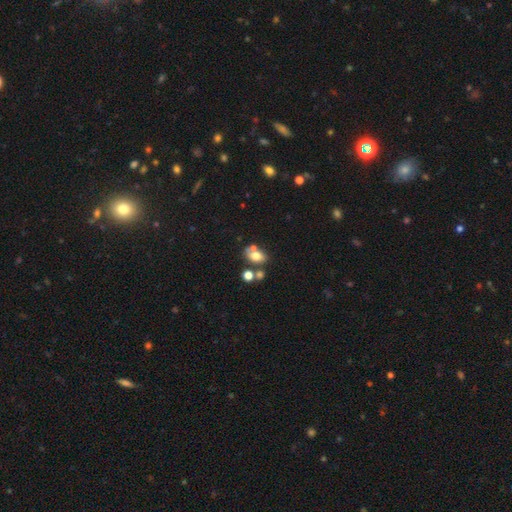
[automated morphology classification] smooth 70%, featured or disk 18%, star or artifact 13%. Down the decision tree: how rounded — in between (72%); merging — none (50%).